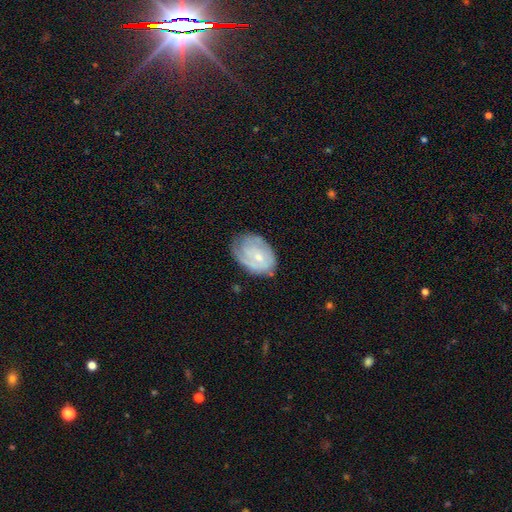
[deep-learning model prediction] smooth-or-featured: featured or disk: 63% | smooth: 31% | star or artifact: 6%
  disk-edge-on: no: 97% | yes: 3%
    bar: no: 65% | weak: 30% | strong: 5%
    has-spiral-arms: yes: 81% | no: 19%
    bulge-size: small: 60% | moderate: 32% | none: 5% | large: 2% | dominant: 1%
  merging: none: 59% | minor disturbance: 28% | major disturbance: 11% | merger: 2%